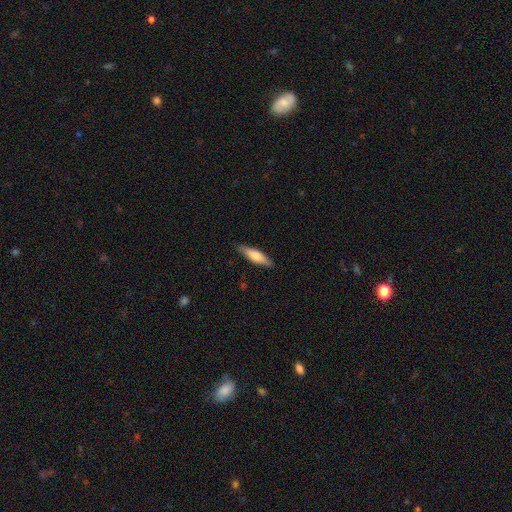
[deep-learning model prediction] Smooth or featured? smooth (67%)
How rounded? cigar-shaped (67%)
Merging? none (87%)